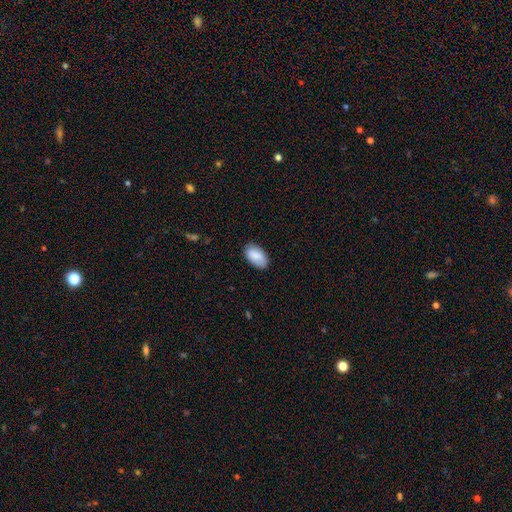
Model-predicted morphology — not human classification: Smooth or featured: smooth — 86% (featured or disk — 7%)
How rounded: in between — 95% (round — 4%)
Merging: none — 82% (minor disturbance — 14%)